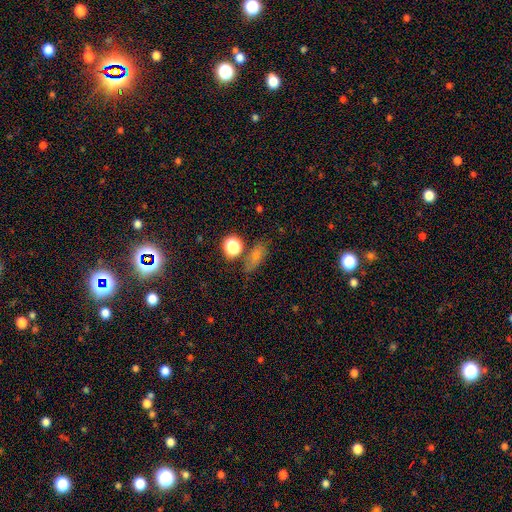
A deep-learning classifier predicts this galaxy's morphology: Overall: smooth (71%). How rounded: in between (64%). Merging: none (69%).